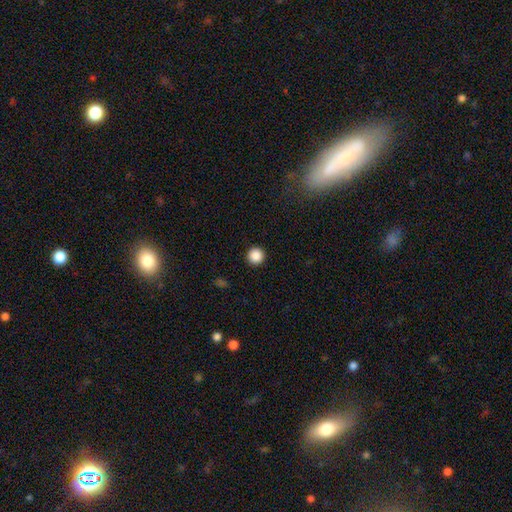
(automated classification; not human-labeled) Overall: smooth (88%). How rounded: round (97%). Merging: none (94%).